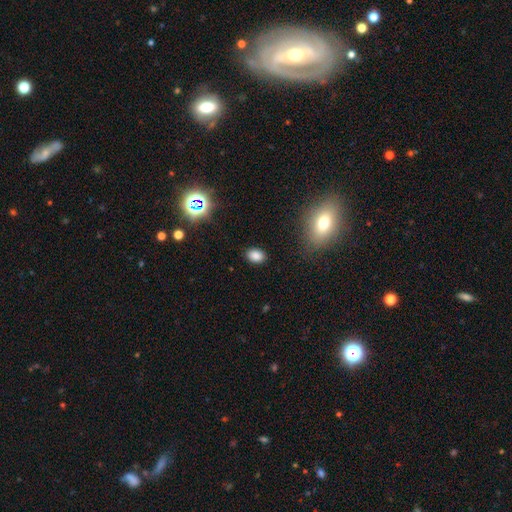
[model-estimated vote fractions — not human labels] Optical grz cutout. It shows a smooth galaxy with no disk features (82%) that is in between round and cigar-shaped (78%). Merging: none (88%).